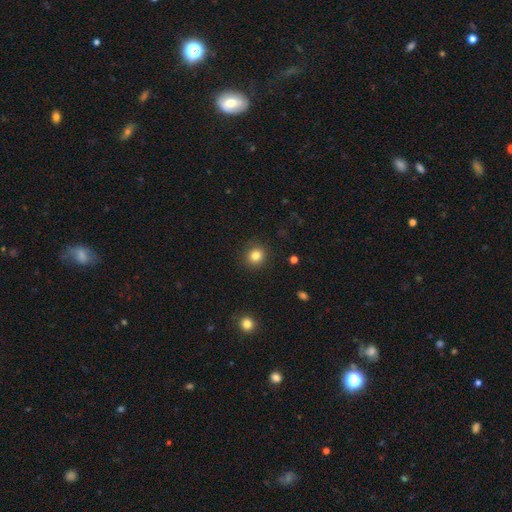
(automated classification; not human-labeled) A smooth galaxy with no disk features (83%) that is round (89%). Merging: none (90%).